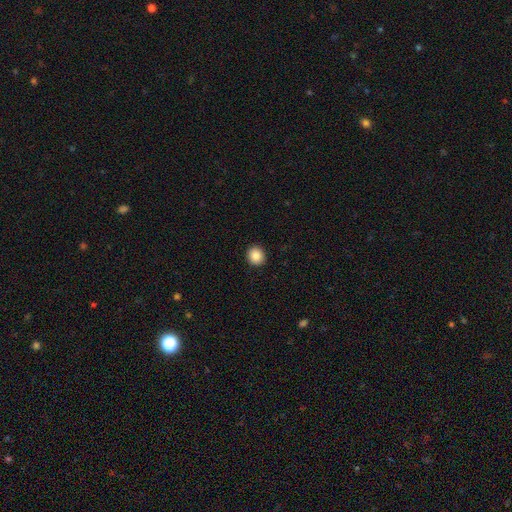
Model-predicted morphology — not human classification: Q: Smooth or featured?
A: smooth (87%); runner-up: star or artifact (9%)
Q: How rounded?
A: round (87%); runner-up: in between (12%)
Q: Merging?
A: none (93%); runner-up: minor disturbance (5%)